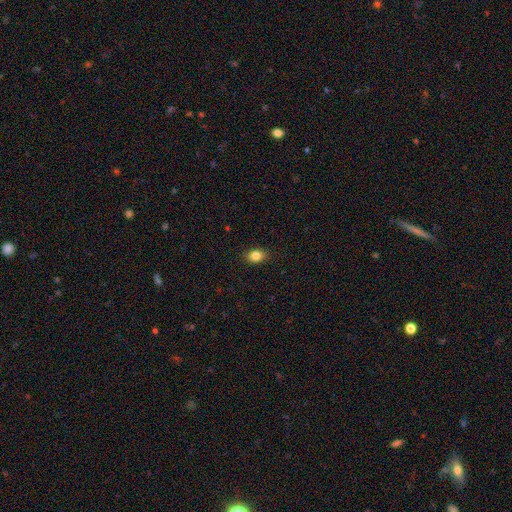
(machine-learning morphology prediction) This is clearly a smooth galaxy (83%). How rounded: likely in between (74%). Merging: clearly none (88%).